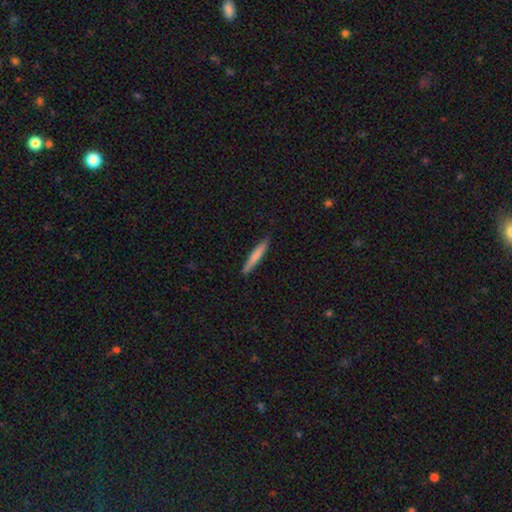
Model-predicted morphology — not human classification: Smooth or featured: smooth — 73% (featured or disk — 21%)
How rounded: cigar-shaped — 95% (in between — 4%)
Merging: none — 86% (minor disturbance — 11%)